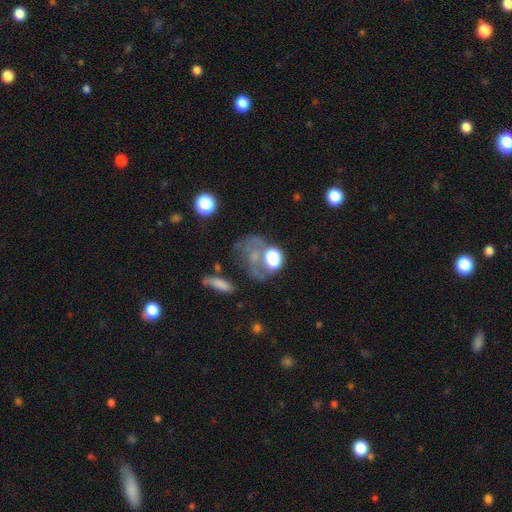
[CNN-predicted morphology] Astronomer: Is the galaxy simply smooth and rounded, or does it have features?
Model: smooth — 40% (runner-up: featured or disk, 34%).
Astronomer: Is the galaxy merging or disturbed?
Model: none — 36% (runner-up: major disturbance, 29%).